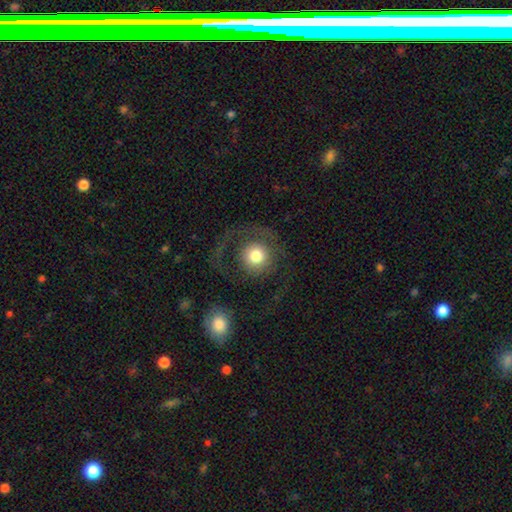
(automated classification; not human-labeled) A smooth galaxy with no disk features (61%) that is round (93%).

Vote fractions:
- Smooth or featured? smooth: 61% / featured or disk: 30% / star or artifact: 9%
- How rounded? round: 93% / in between: 6% / cigar-shaped: 1%
- Merging? none: 53% / major disturbance: 31% / minor disturbance: 13% / merger: 3%